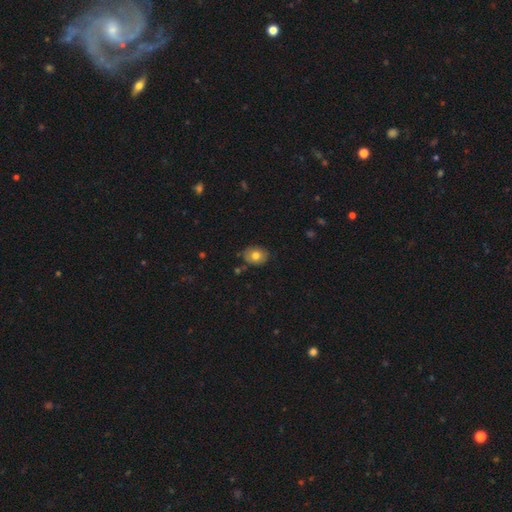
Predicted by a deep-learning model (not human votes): Morphology: type=smooth (76%); roundness=in between (51%); merging=none (78%).